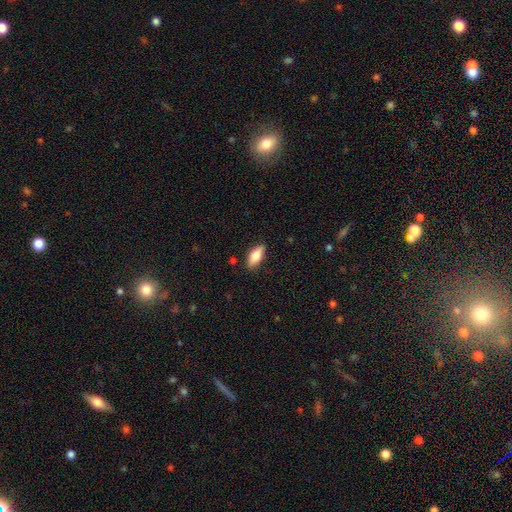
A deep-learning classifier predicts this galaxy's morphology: Smooth or featured?
  - smooth: 73% *
  - featured or disk: 20%
  - star or artifact: 7%
How rounded?
  - in between: 81% *
  - cigar-shaped: 16%
  - round: 3%
Merging?
  - none: 86% *
  - minor disturbance: 11%
  - major disturbance: 2%
  - merger: 1%